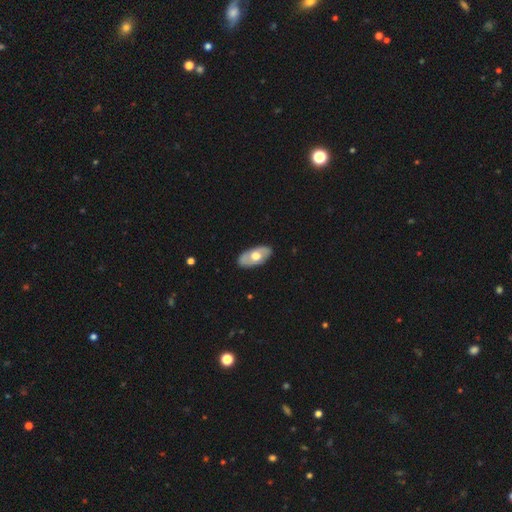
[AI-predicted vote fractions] A smooth galaxy with no disk features (48%).

Vote fractions:
- Smooth or featured? smooth: 48% / featured or disk: 47% / star or artifact: 5%
- Merging? none: 85% / minor disturbance: 12% / major disturbance: 2% / merger: 1%